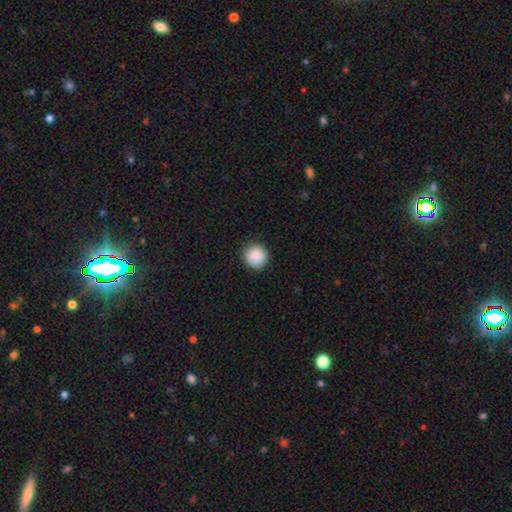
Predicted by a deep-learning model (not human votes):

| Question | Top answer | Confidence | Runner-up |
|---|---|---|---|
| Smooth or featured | smooth | 85% | star or artifact (8%) |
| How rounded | round | 95% | in between (4%) |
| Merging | none | 88% | minor disturbance (9%) |